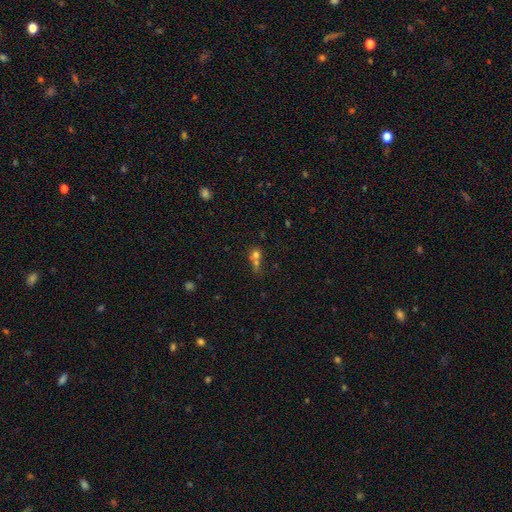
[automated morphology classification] A smooth galaxy with no disk features (66%) that is round (78%). Merging: merger (56%).